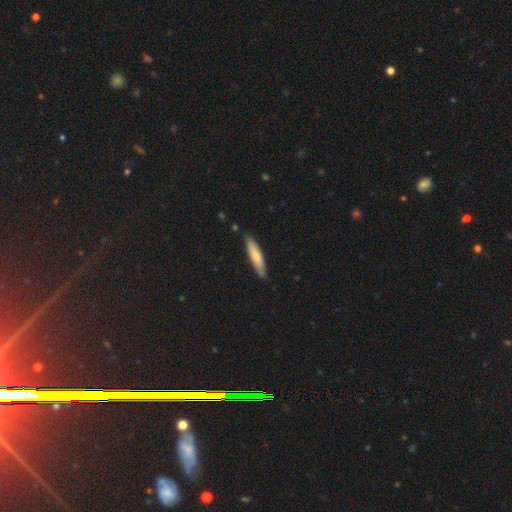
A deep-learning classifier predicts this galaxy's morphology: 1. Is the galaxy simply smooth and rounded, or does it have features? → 73% smooth, 22% featured or disk, 5% star or artifact.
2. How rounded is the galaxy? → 79% cigar-shaped, 19% in between, 1% round.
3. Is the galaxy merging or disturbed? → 86% none, 11% minor disturbance, 2% major disturbance, 2% merger.